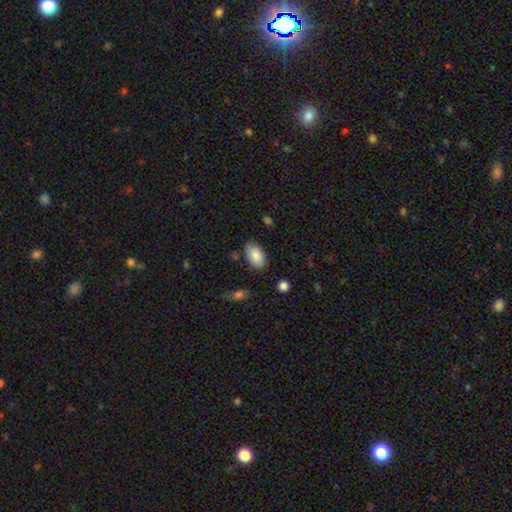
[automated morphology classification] smooth-or-featured: smooth: 87% | featured or disk: 7% | star or artifact: 7%
  how-rounded: in between: 94% | round: 5% | cigar-shaped: 1%
  merging: none: 81% | minor disturbance: 13% | major disturbance: 3% | merger: 2%